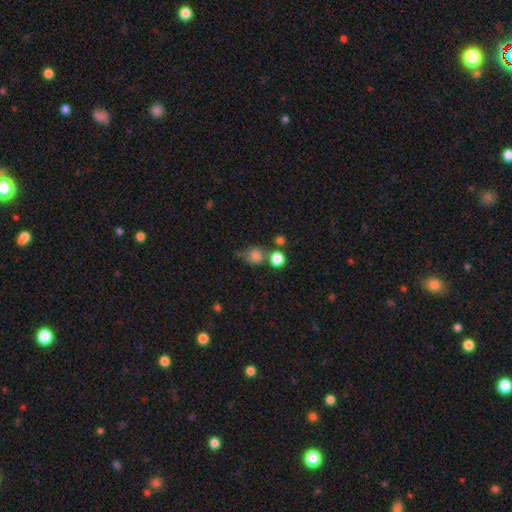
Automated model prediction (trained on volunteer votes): Smooth or featured? smooth (78%)
How rounded? round (77%)
Merging? none (49%)